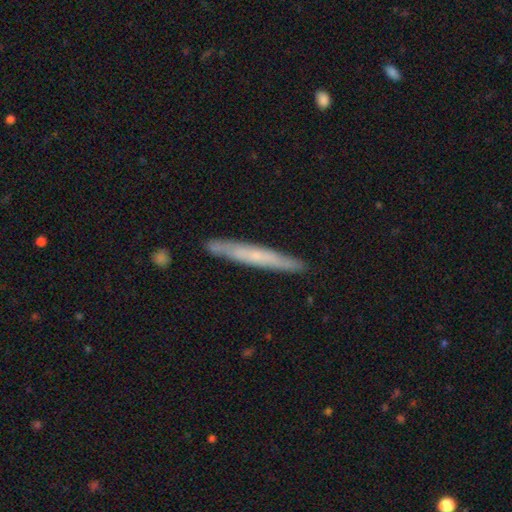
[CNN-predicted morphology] Smooth or featured? Predicted: featured or disk (p=0.49). Merging? Predicted: none (p=0.88).